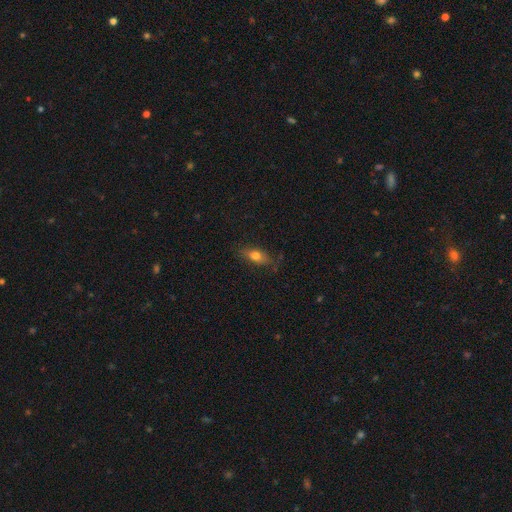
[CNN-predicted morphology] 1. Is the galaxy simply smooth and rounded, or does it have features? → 72% smooth, 19% featured or disk, 9% star or artifact.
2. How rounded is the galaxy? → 74% in between, 19% cigar-shaped, 7% round.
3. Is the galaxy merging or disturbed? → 78% none, 17% minor disturbance, 4% major disturbance, 1% merger.